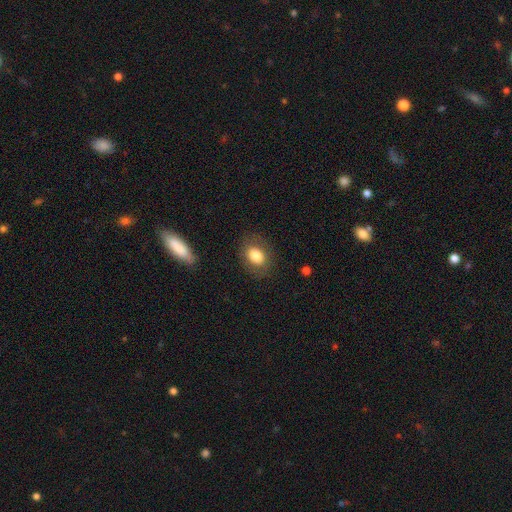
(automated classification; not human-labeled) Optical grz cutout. It shows a smooth galaxy with no disk features (80%) that is in between round and cigar-shaped (64%). Merging: none (83%).